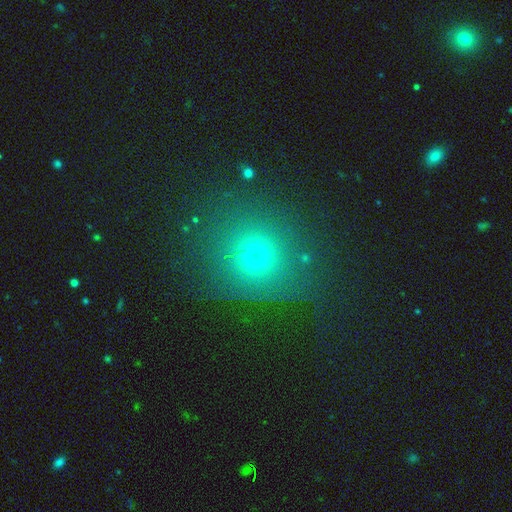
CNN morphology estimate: Smooth or featured?
  - smooth: 65% *
  - star or artifact: 24%
  - featured or disk: 12%
How rounded?
  - round: 84% *
  - in between: 15%
  - cigar-shaped: 1%
Merging?
  - none: 78% *
  - minor disturbance: 12%
  - major disturbance: 7%
  - merger: 3%